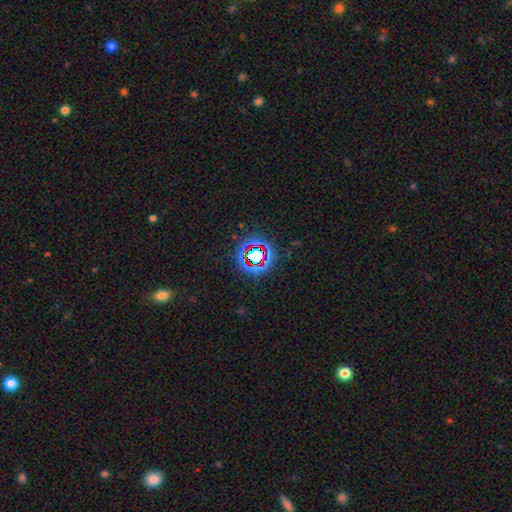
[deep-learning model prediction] Smooth or featured: star or artifact — 72% (smooth — 17%)